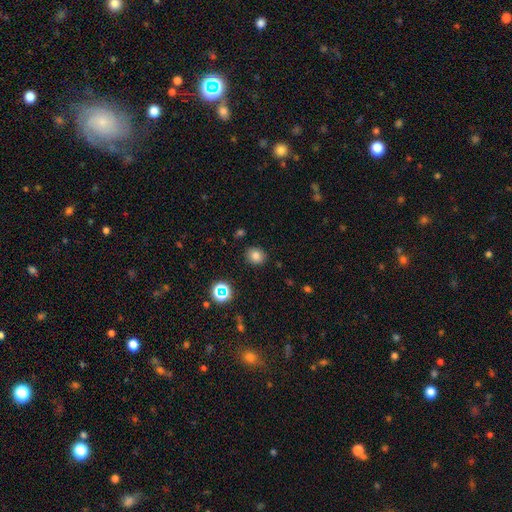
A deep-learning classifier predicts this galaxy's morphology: smooth-or-featured: smooth: 78% | star or artifact: 16% | featured or disk: 6%
  how-rounded: round: 69% | in between: 30% | cigar-shaped: 1%
  merging: none: 87% | minor disturbance: 9% | major disturbance: 3% | merger: 2%